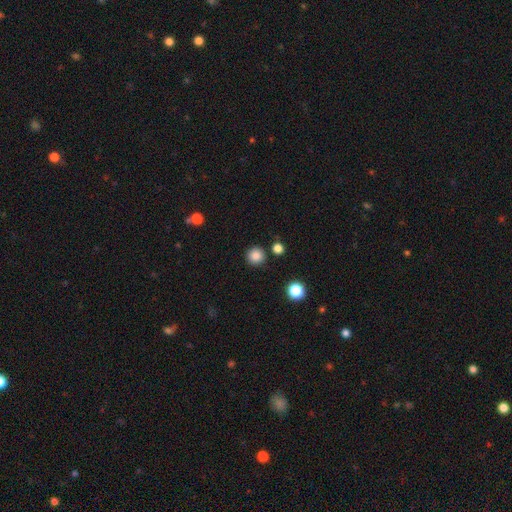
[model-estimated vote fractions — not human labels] A smooth galaxy with no disk features (85%) that is round (95%). Merging: none (89%).